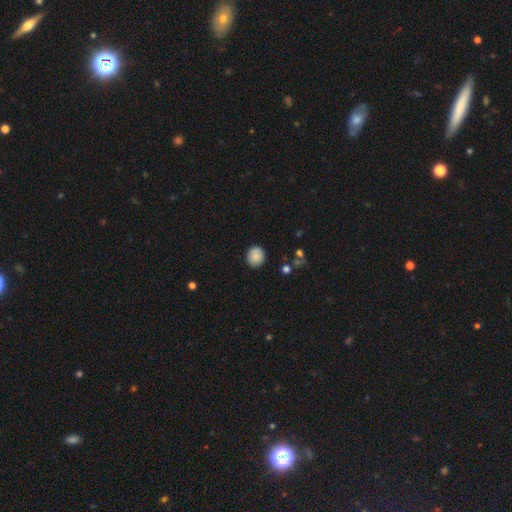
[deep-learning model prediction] Smooth or featured?
  - smooth: 85% *
  - star or artifact: 8%
  - featured or disk: 7%
How rounded?
  - round: 83% *
  - in between: 16%
  - cigar-shaped: 1%
Merging?
  - none: 87% *
  - minor disturbance: 9%
  - major disturbance: 2%
  - merger: 1%